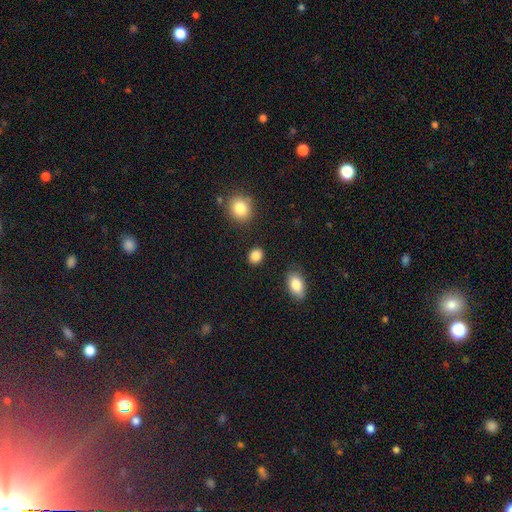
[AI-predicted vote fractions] Smooth or featured? smooth (87%)
How rounded? round (57%)
Merging? none (88%)